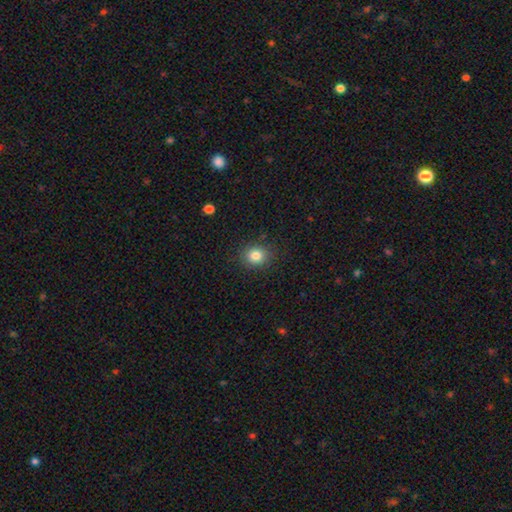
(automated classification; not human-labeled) Smooth or featured?
  - smooth: 83% *
  - star or artifact: 11%
  - featured or disk: 6%
How rounded?
  - round: 71% *
  - in between: 28%
  - cigar-shaped: 1%
Merging?
  - none: 87% *
  - minor disturbance: 9%
  - major disturbance: 3%
  - merger: 1%